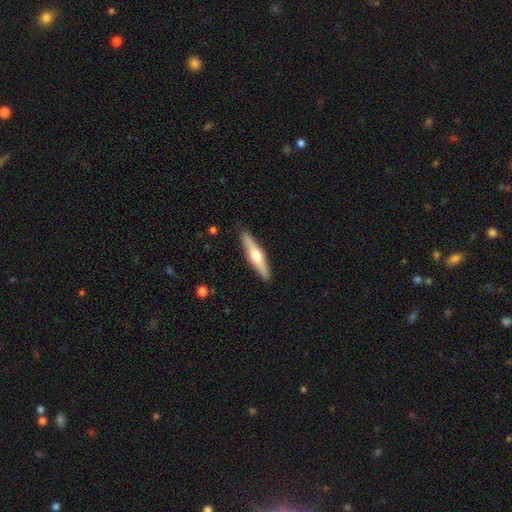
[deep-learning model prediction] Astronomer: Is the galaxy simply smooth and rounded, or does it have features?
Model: featured or disk — 58% (runner-up: smooth, 37%).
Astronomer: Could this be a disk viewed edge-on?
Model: yes — 95%.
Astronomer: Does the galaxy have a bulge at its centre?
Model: rounded — 94%.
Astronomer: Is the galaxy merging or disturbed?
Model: none — 89%.